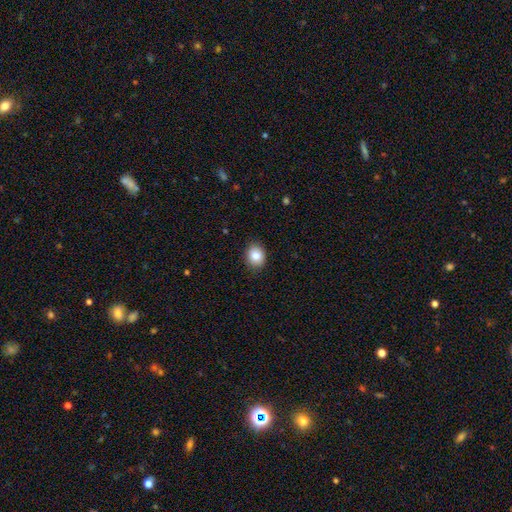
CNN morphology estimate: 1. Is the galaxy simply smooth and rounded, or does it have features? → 85% smooth, 9% star or artifact, 6% featured or disk.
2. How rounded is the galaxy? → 50% round (tied), 50% in between (tied), 1% cigar-shaped.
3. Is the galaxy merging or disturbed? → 87% none, 10% minor disturbance, 2% major disturbance, 1% merger.